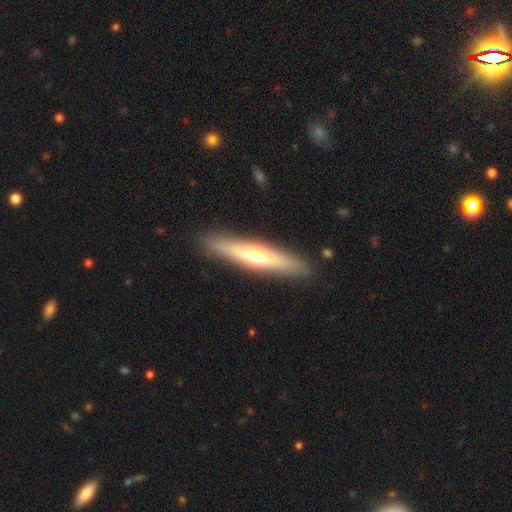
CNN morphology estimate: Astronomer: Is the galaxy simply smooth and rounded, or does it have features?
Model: featured or disk — 49% (runner-up: smooth, 45%).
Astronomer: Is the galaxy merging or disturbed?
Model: none — 89%.